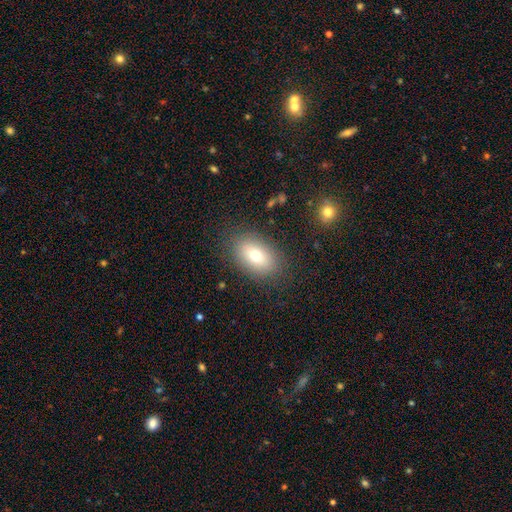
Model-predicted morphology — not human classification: Q: Smooth or featured?
A: smooth (71%); runner-up: featured or disk (18%)
Q: How rounded?
A: in between (85%); runner-up: round (12%)
Q: Merging?
A: none (84%); runner-up: minor disturbance (11%)